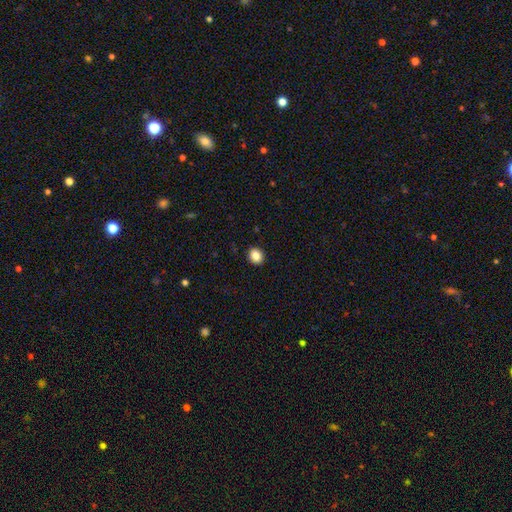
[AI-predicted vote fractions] A smooth galaxy with no disk features (85%) that is round (63%).

Vote fractions:
- Smooth or featured? smooth: 85% / star or artifact: 9% / featured or disk: 5%
- How rounded? round: 63% / in between: 36% / cigar-shaped: 1%
- Merging? none: 92% / minor disturbance: 6% / major disturbance: 2% / merger: 1%